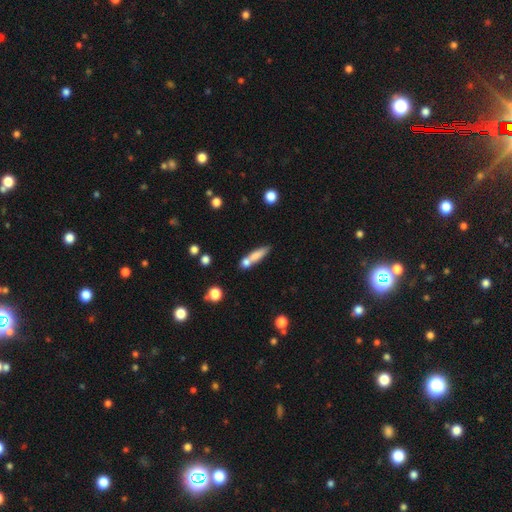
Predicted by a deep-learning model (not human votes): Smooth or featured: smooth — 74% (featured or disk — 18%)
How rounded: cigar-shaped — 70% (in between — 26%)
Merging: none — 51% (merger — 30%)